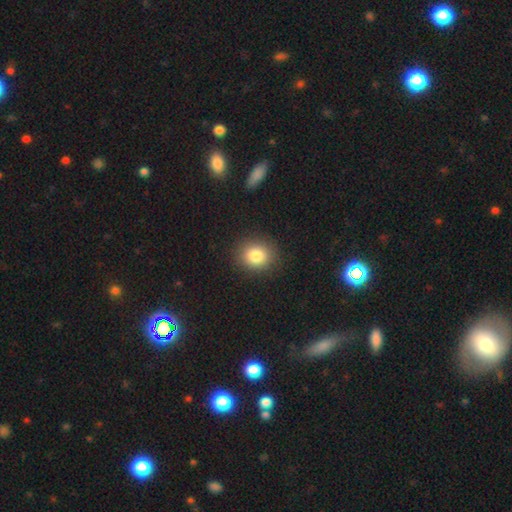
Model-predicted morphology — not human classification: smooth_or_featured: smooth (p=0.84) [alt: star or artifact p=0.10]
how_rounded: round (p=0.74) [alt: in between p=0.25]
merging: none (p=0.89) [alt: minor disturbance p=0.08]